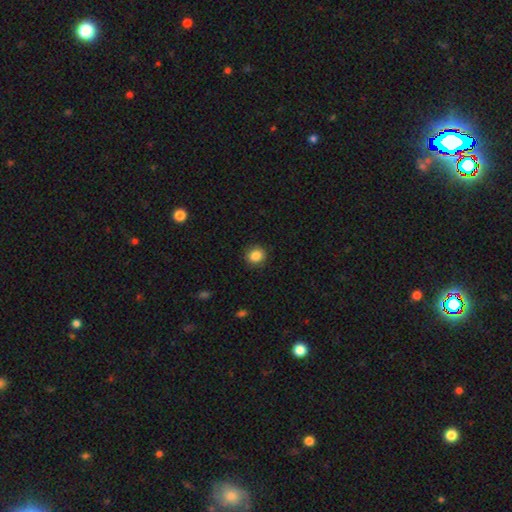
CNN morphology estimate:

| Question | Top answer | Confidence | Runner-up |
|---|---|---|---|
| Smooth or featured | smooth | 86% | star or artifact (10%) |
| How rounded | round | 81% | in between (18%) |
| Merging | none | 89% | minor disturbance (8%) |